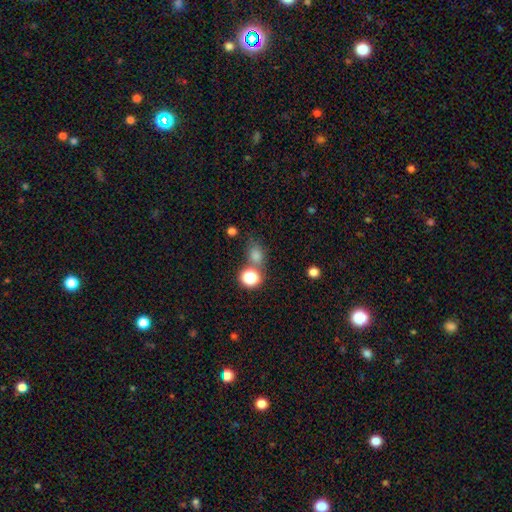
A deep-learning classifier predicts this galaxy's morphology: This is likely a smooth galaxy (74%). How rounded: likely round (61%). Merging: possibly none (57%).